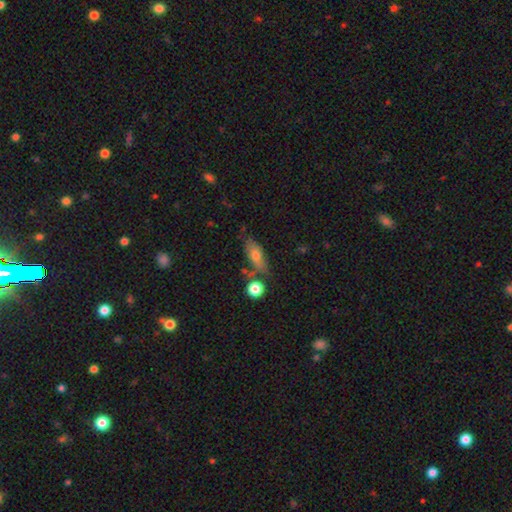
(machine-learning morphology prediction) Smooth or featured: smooth — 67% (featured or disk — 24%)
How rounded: in between — 71% (cigar-shaped — 23%)
Merging: none — 59% (minor disturbance — 22%)